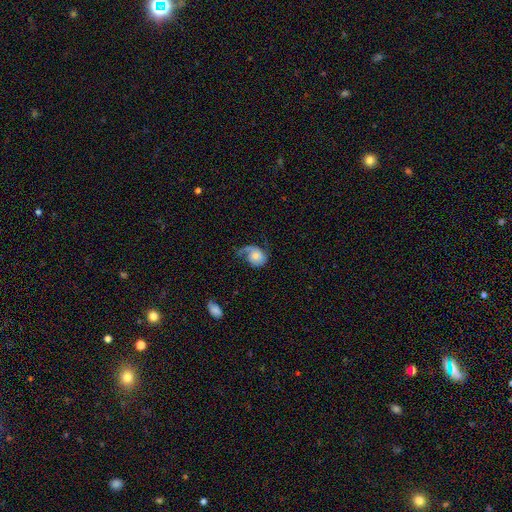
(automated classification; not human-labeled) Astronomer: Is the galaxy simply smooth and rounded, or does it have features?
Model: featured or disk — 60%.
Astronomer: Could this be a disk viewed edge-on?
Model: no — 97%.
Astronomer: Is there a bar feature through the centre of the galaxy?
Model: no — 78%.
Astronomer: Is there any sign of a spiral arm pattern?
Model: yes — 88%.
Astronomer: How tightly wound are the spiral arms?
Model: loose — 44% (runner-up: medium, 32%).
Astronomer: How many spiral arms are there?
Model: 1 — 72%.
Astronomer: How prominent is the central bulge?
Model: moderate — 48% (runner-up: small, 43%).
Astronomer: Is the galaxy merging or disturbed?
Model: none — 37% (runner-up: major disturbance, 35%).